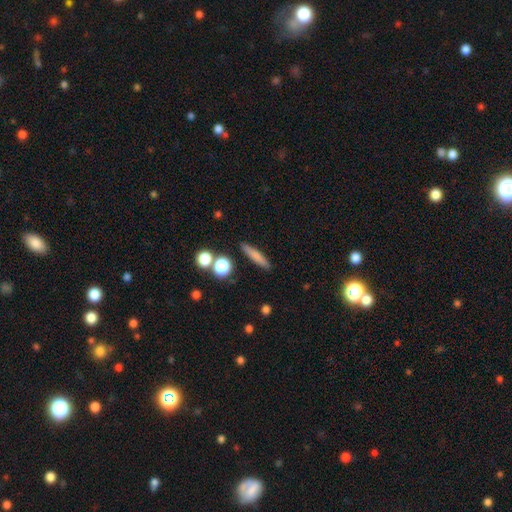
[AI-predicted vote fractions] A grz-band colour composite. It shows a smooth galaxy with no disk features (74%) that is cigar-shaped (86%). Merging: none (85%).